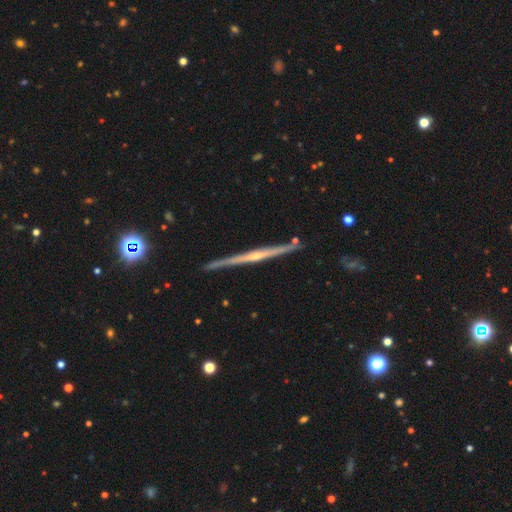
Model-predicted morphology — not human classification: smooth_or_featured: featured or disk (p=0.83) [alt: smooth p=0.11]
disk_edge_on: yes (p=0.98) [alt: no p=0.02]
edge_on_bulge: rounded (p=0.65) [alt: none p=0.28]
merging: none (p=0.89) [alt: minor disturbance p=0.08]